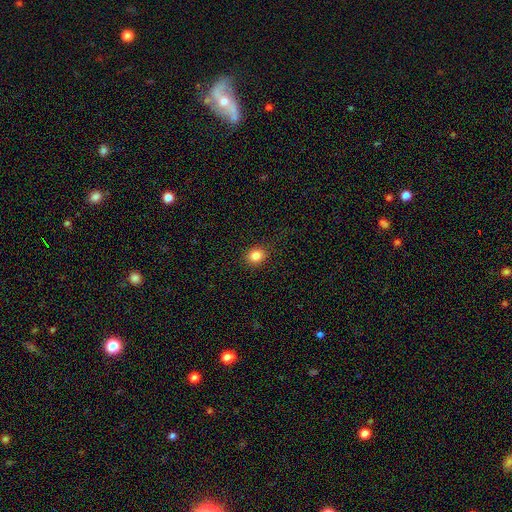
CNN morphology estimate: Q: Smooth or featured?
A: smooth (84%); runner-up: star or artifact (11%)
Q: How rounded?
A: round (67%); runner-up: in between (32%)
Q: Merging?
A: none (88%); runner-up: minor disturbance (8%)